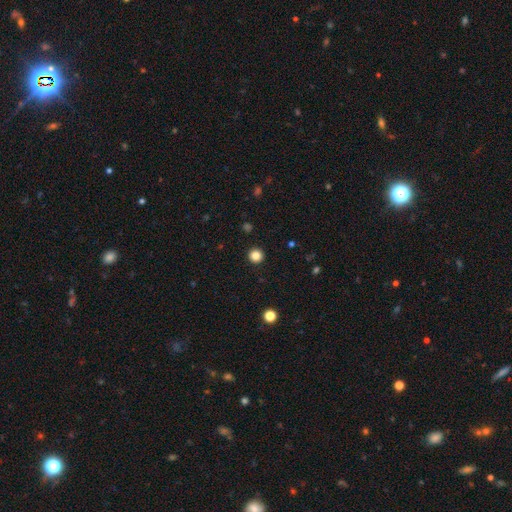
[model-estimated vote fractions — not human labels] This appears to be a smooth galaxy with no disk features (84%) that is round (96%). Merging: none (94%).